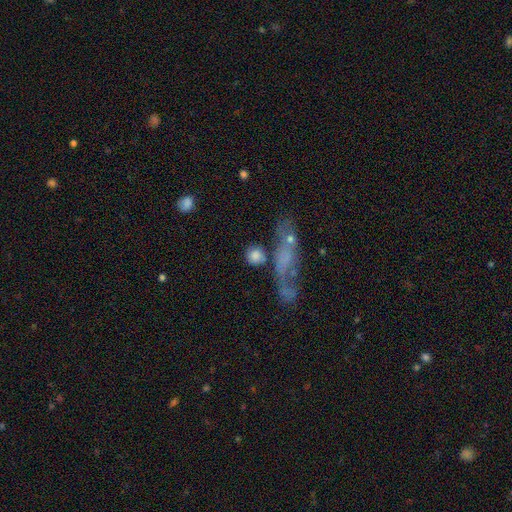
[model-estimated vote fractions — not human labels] Q: Smooth or featured?
A: smooth (78%); runner-up: featured or disk (12%)
Q: How rounded?
A: round (84%); runner-up: in between (12%)
Q: Merging?
A: none (61%); runner-up: merger (19%)